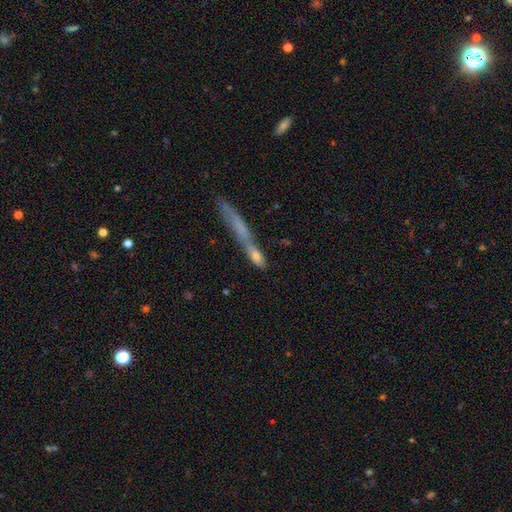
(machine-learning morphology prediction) Overall: smooth (61%; featured or disk 28%). How rounded: cigar-shaped (68%). Merging: merger (46%; none 32%).